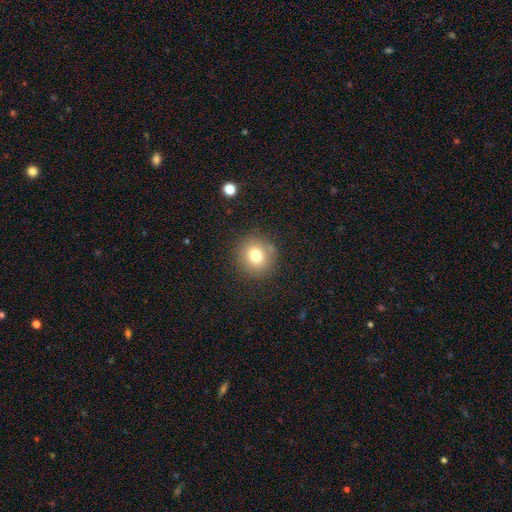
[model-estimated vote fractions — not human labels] This appears to be a smooth galaxy with no disk features (77%) that is round (88%). Merging: none (85%).